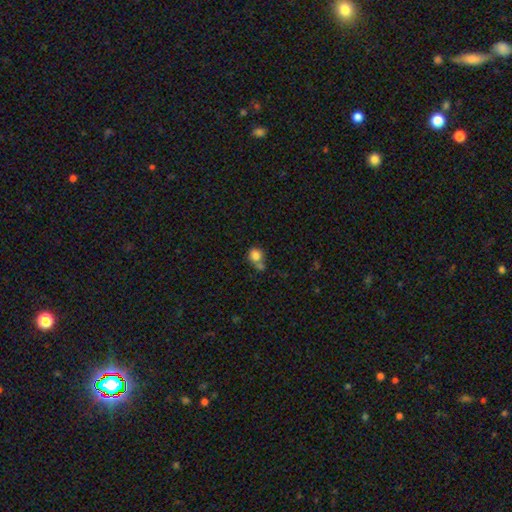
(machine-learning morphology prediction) A smooth galaxy with no disk features (82%) that is round (77%).

Vote fractions:
- Smooth or featured? smooth: 82% / star or artifact: 10% / featured or disk: 9%
- How rounded? round: 77% / in between: 22% / cigar-shaped: 1%
- Merging? none: 43% / merger: 38% / minor disturbance: 13% / major disturbance: 6%